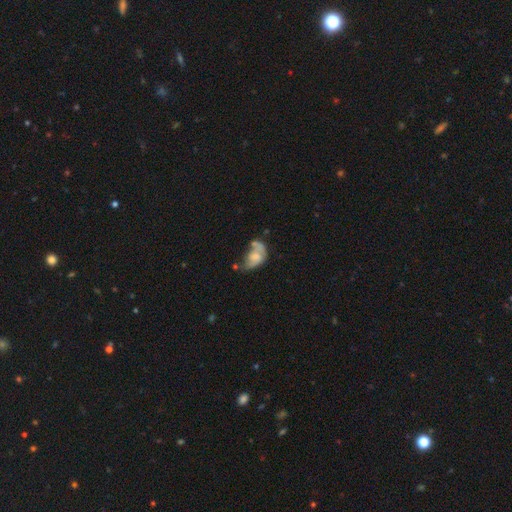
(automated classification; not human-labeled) smooth-or-featured: smooth: 47% | featured or disk: 44% | star or artifact: 9%
  merging: major disturbance: 33% | merger: 24% | minor disturbance: 22% | none: 21%